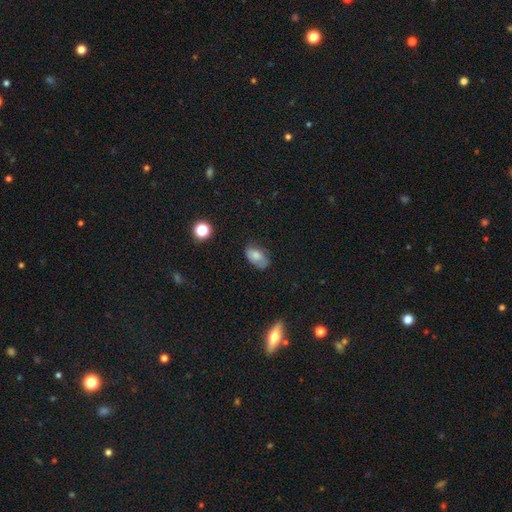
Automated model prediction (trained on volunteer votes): Overall: smooth (73%). How rounded: in between (90%). Merging: none (61%; minor disturbance 29%).